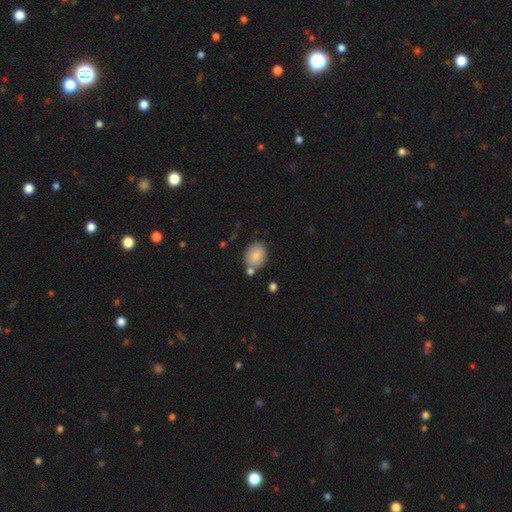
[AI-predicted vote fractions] A smooth galaxy with no disk features (86%) that is in between round and cigar-shaped (59%).

Vote fractions:
- Smooth or featured? smooth: 86% / star or artifact: 7% / featured or disk: 7%
- How rounded? in between: 59% / round: 40% / cigar-shaped: 1%
- Merging? none: 70% / minor disturbance: 15% / merger: 12% / major disturbance: 4%